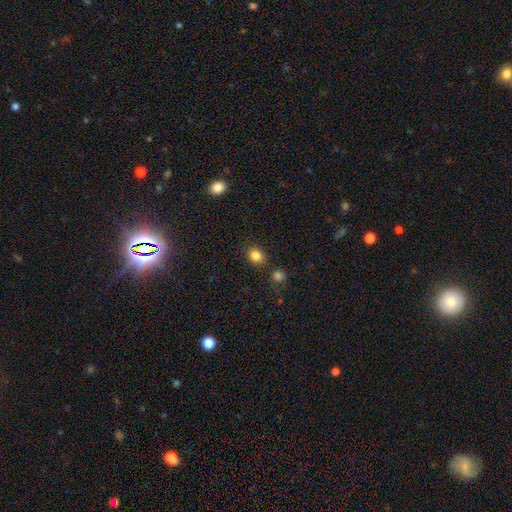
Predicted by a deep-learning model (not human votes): This appears to be a smooth galaxy with no disk features (84%) that is in between round and cigar-shaped (50%). Merging: none (82%).